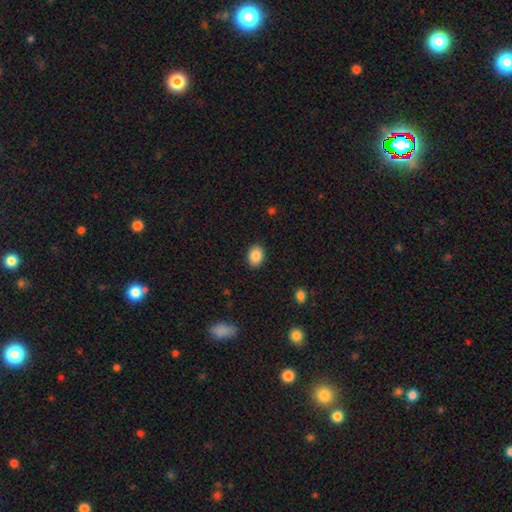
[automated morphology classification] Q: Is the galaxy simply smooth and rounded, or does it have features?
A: smooth — 87%.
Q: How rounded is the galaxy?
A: in between — 68%.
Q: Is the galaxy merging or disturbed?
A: none — 89%.